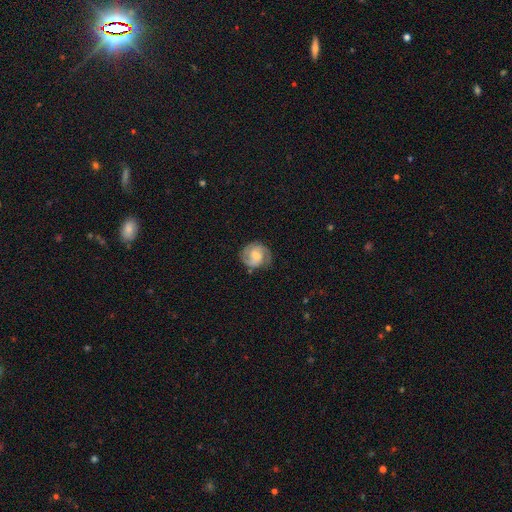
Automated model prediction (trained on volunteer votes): Smooth or featured? featured or disk (72%)
Edge-on disk? no (98%)
Bar? no (49%)
Spiral arms? yes (94%)
Spiral winding? tight (47%)
Spiral arm count? 2 (77%)
Bulge size? moderate (45%)
Merging? none (73%)